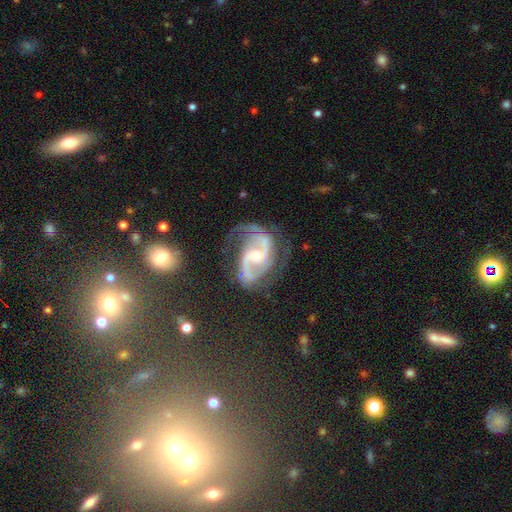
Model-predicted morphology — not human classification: A featured or disk galaxy (90%) with a weak bar (44%), 2 (84%) medium (55%) spiral arms (98%) and a small central bulge (48%).

Vote fractions:
- Smooth or featured? featured or disk: 90% / star or artifact: 6% / smooth: 4%
- Edge-on disk? no: 98% / yes: 2%
- Bar? weak: 44% / no: 39% / strong: 17%
- Spiral arms? yes: 98% / no: 2%
- Spiral winding? medium: 55% / loose: 23% / tight: 22%
- Spiral arm count? 2: 84% / 3: 5% / can't tell: 5% / 1: 3% / 4: 2% / more than 4: 2%
- Bulge size? small: 48% / moderate: 47% / large: 2% / none: 2% / dominant: 1%
- Merging? none: 60% / minor disturbance: 22% / major disturbance: 15% / merger: 3%